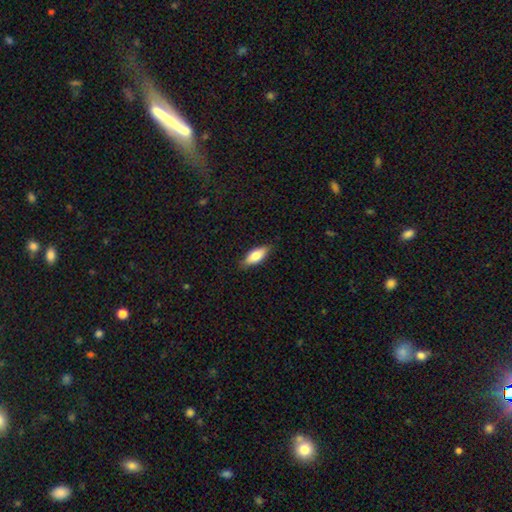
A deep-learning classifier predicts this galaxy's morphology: A smooth galaxy with no disk features (74%) that is in between round and cigar-shaped (73%).

Vote fractions:
- Smooth or featured? smooth: 74% / featured or disk: 20% / star or artifact: 6%
- How rounded? in between: 73% / cigar-shaped: 25% / round: 2%
- Merging? none: 84% / minor disturbance: 13% / major disturbance: 2% / merger: 1%